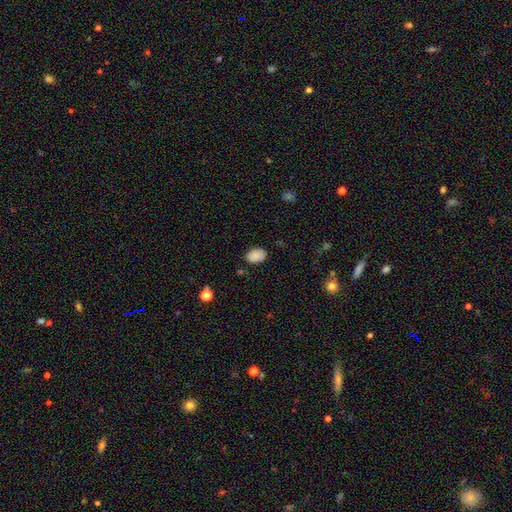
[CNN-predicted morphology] Smooth or featured? Predicted: smooth (p=0.88). How rounded? Predicted: in between (p=0.84). Merging? Predicted: none (p=0.83).